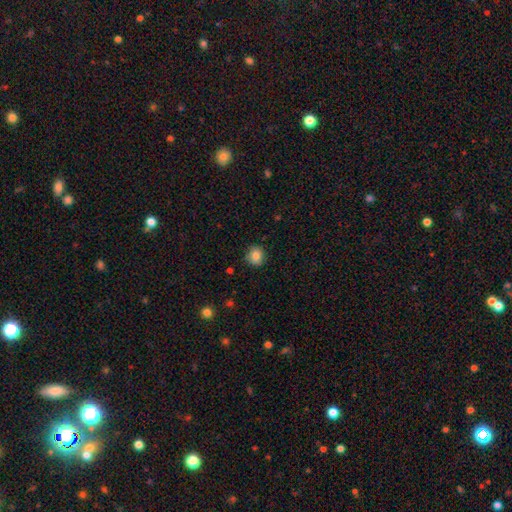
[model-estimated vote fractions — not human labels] Smooth or featured? Predicted: smooth (p=0.85). How rounded? Predicted: round (p=0.84). Merging? Predicted: none (p=0.85).